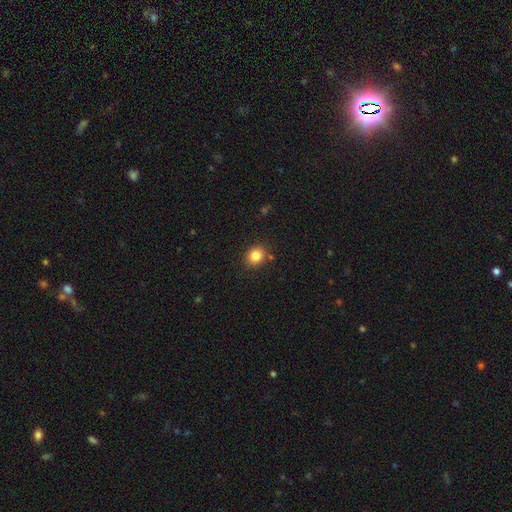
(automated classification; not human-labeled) A smooth galaxy with no disk features (84%) that is round (65%). Merging: none (85%).